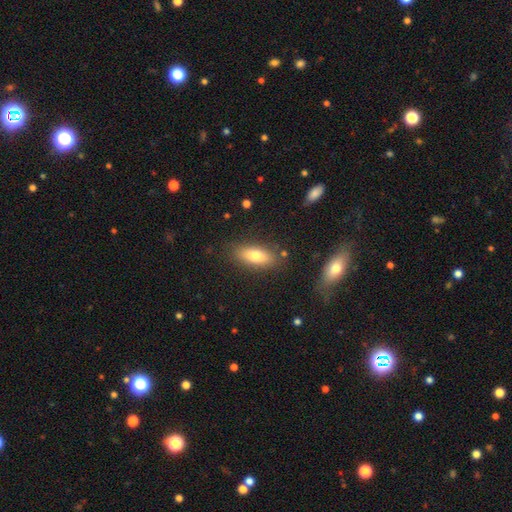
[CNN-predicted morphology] Smooth or featured? Predicted: smooth (p=0.75). How rounded? Predicted: in between (p=0.76). Merging? Predicted: none (p=0.83).